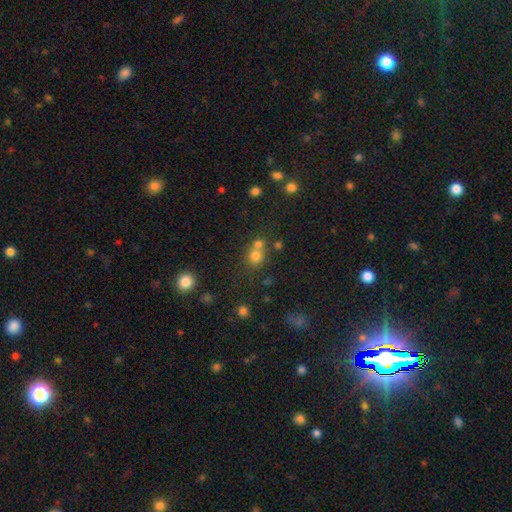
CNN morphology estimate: Smooth or featured: smooth — 74% (star or artifact — 17%)
How rounded: round — 84% (in between — 15%)
Merging: none — 48% (merger — 41%)